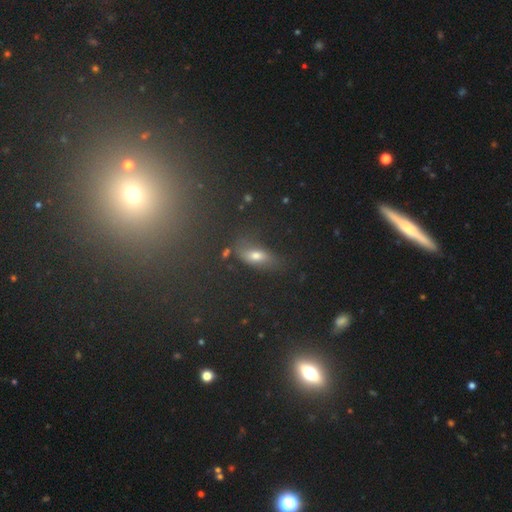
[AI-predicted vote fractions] Smooth or featured? smooth (56%)
How rounded? in between (71%)
Merging? none (63%)